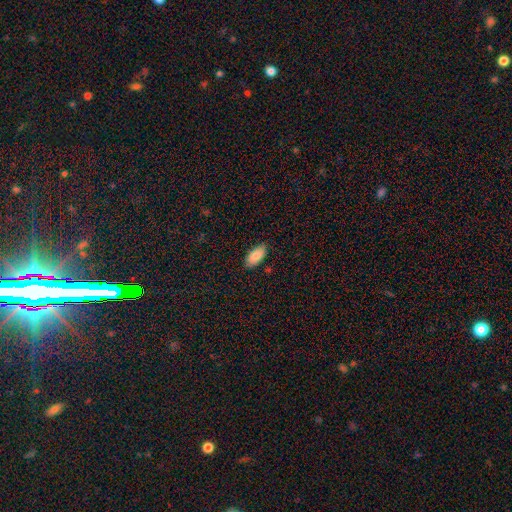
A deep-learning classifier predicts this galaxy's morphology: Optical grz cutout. It shows a smooth galaxy with no disk features (87%) that is in between round and cigar-shaped (92%). Merging: none (86%).